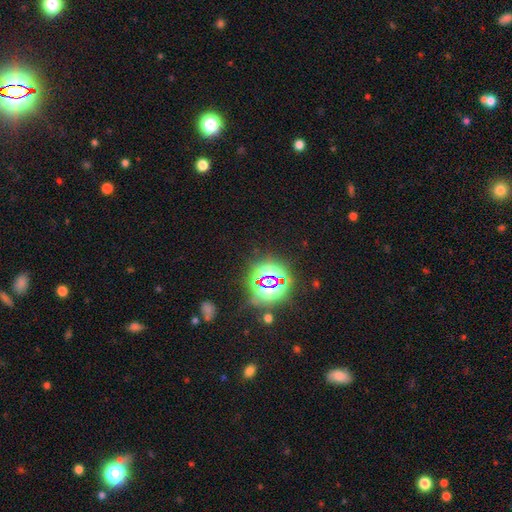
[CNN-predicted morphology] Smooth or featured?
  - star or artifact: 76% *
  - smooth: 17%
  - featured or disk: 7%